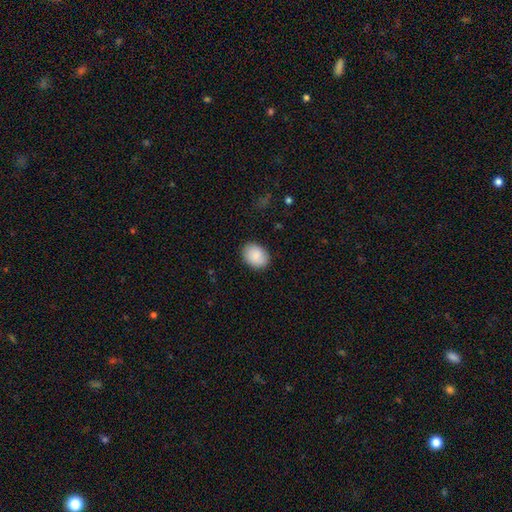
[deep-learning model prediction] smooth_or_featured: smooth (p=0.87) [alt: featured or disk p=0.07]
how_rounded: in between (p=0.62) [alt: round p=0.37]
merging: none (p=0.87) [alt: minor disturbance p=0.09]